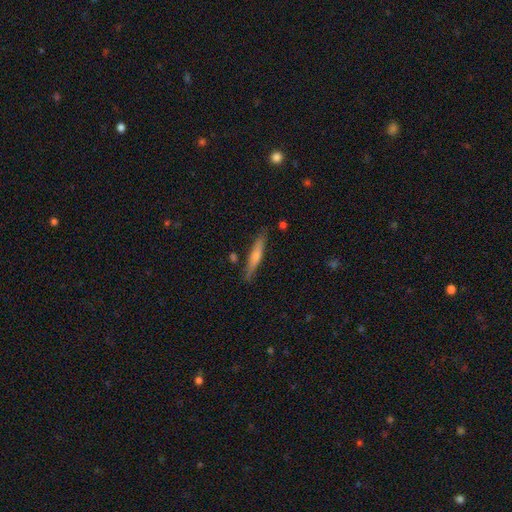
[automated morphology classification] A smooth galaxy with no disk features (62%) that is cigar-shaped (90%).

Vote fractions:
- Smooth or featured? smooth: 62% / featured or disk: 32% / star or artifact: 6%
- How rounded? cigar-shaped: 90% / in between: 9% / round: 2%
- Merging? none: 79% / minor disturbance: 15% / major disturbance: 3% / merger: 3%